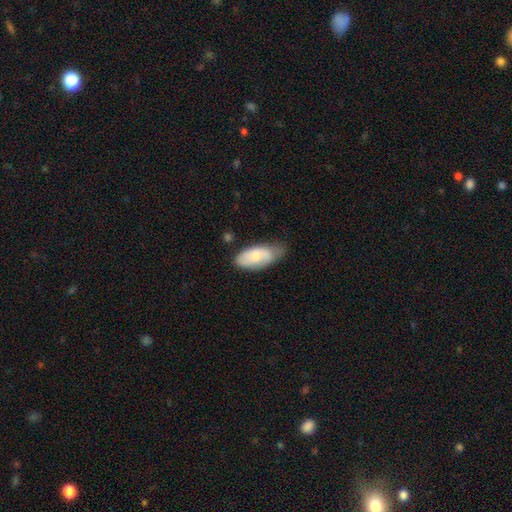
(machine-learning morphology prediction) A smooth galaxy with no disk features (64%) that is in between round and cigar-shaped (91%). Merging: none (49%).